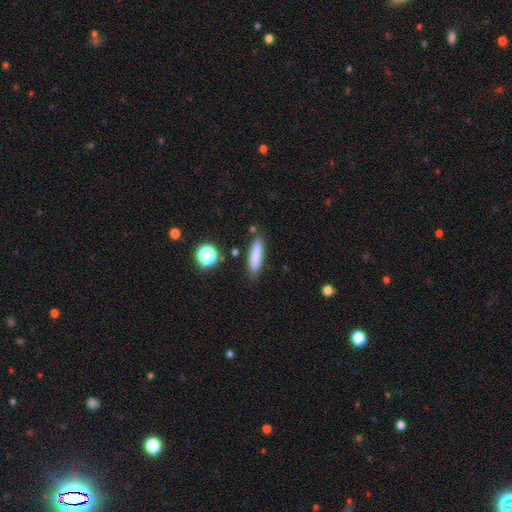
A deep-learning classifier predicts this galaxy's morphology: A smooth galaxy with no disk features (83%) that is cigar-shaped (68%). Merging: none (82%).